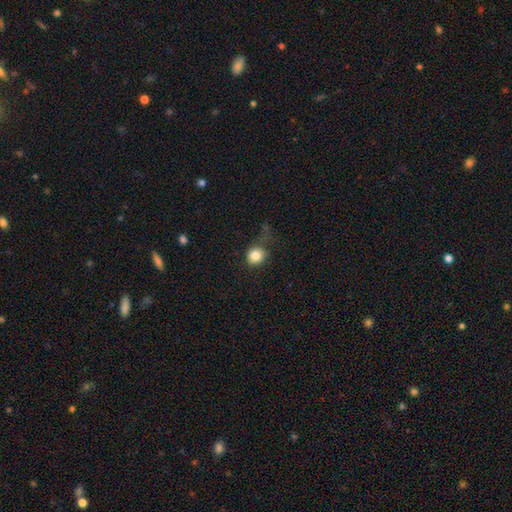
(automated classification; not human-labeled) A smooth galaxy with no disk features (84%) that is round (81%).

Vote fractions:
- Smooth or featured? smooth: 84% / star or artifact: 10% / featured or disk: 6%
- How rounded? round: 81% / in between: 18% / cigar-shaped: 1%
- Merging? none: 62% / minor disturbance: 23% / major disturbance: 12% / merger: 3%